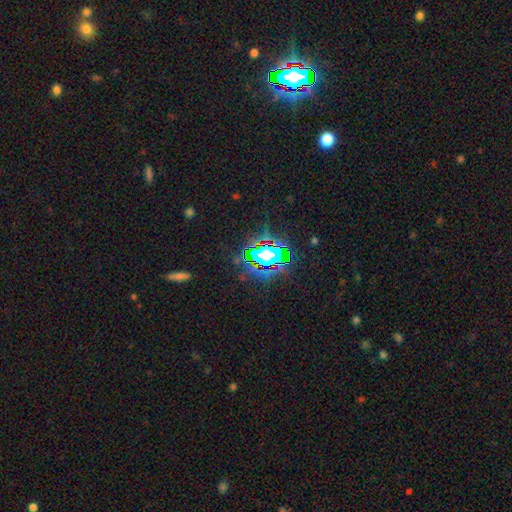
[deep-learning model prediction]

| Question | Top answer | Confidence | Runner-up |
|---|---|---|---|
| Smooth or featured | star or artifact | 82% | smooth (10%) |